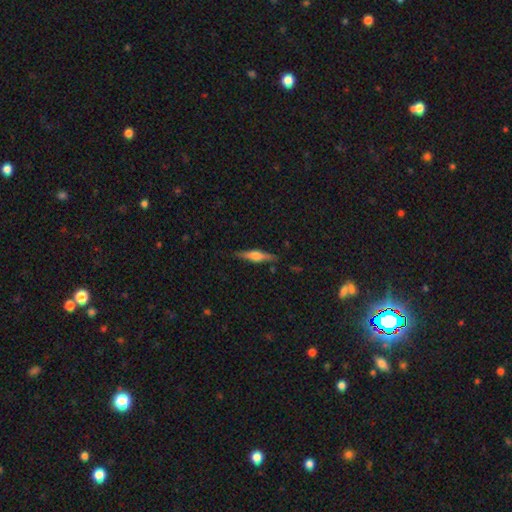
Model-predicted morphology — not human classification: type=featured or disk (55%); edge-on=yes (96%); edge-on bulge=rounded (81%); merging=none (84%).